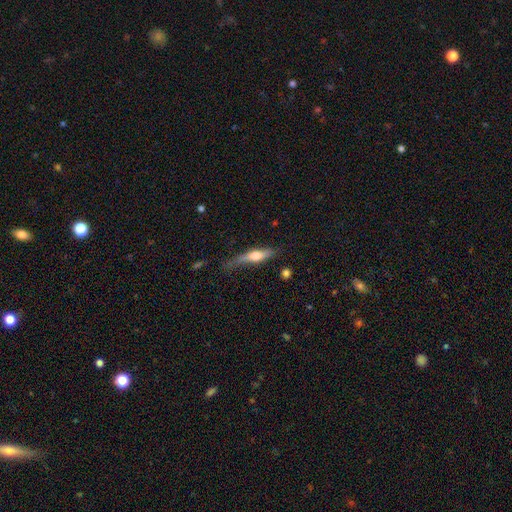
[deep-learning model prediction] A smooth galaxy with no disk features (50%) that is cigar-shaped (74%).

Vote fractions:
- Smooth or featured? smooth: 50% / featured or disk: 44% / star or artifact: 6%
- How rounded? cigar-shaped: 74% / in between: 23% / round: 3%
- Merging? none: 52% / minor disturbance: 31% / major disturbance: 13% / merger: 4%